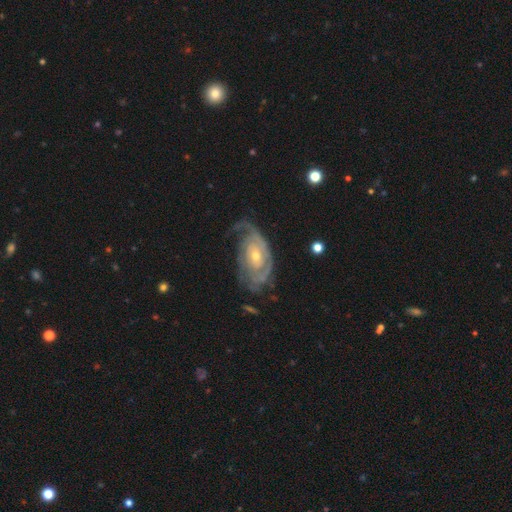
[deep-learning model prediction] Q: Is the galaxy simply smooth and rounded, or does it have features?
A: featured or disk — 87%.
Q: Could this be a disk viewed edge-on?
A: no — 95%.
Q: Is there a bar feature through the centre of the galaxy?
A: no — 71%.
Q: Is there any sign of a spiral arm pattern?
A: yes — 93%.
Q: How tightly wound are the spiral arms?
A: tight — 68%.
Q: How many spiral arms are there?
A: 2 — 38%.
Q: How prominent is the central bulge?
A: small — 53%.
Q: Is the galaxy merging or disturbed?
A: none — 59%.